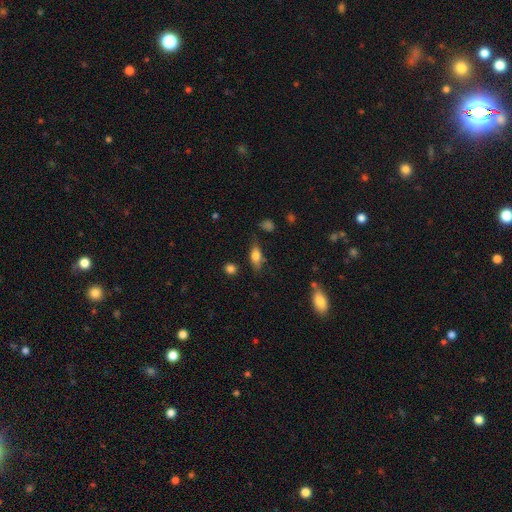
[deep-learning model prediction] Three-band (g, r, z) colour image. It shows a smooth galaxy with no disk features (71%) that is in between round and cigar-shaped (76%). Merging: none (71%).